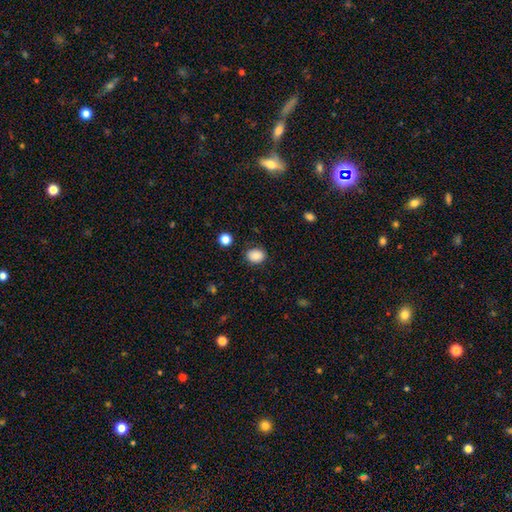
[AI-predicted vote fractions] Q: Smooth or featured?
A: smooth (83%); runner-up: star or artifact (9%)
Q: How rounded?
A: round (54%); runner-up: in between (45%)
Q: Merging?
A: none (83%); runner-up: minor disturbance (12%)